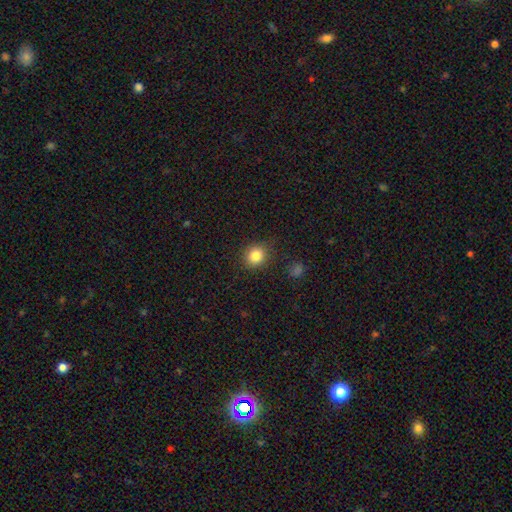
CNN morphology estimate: Smooth or featured: smooth — 83% (star or artifact — 11%)
How rounded: round — 83% (in between — 16%)
Merging: none — 86% (minor disturbance — 10%)